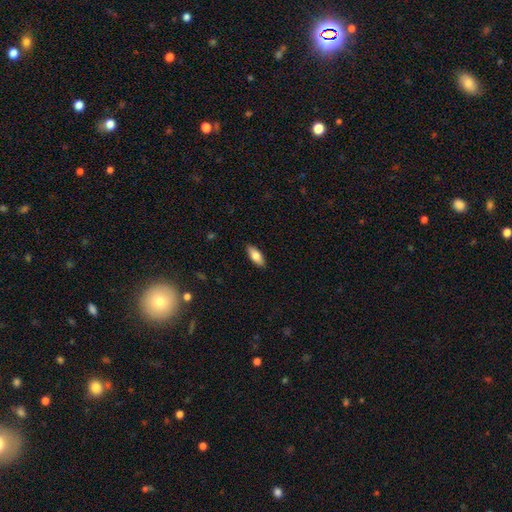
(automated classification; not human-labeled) Morphology: type=smooth (79%); roundness=in between (78%); merging=none (89%).